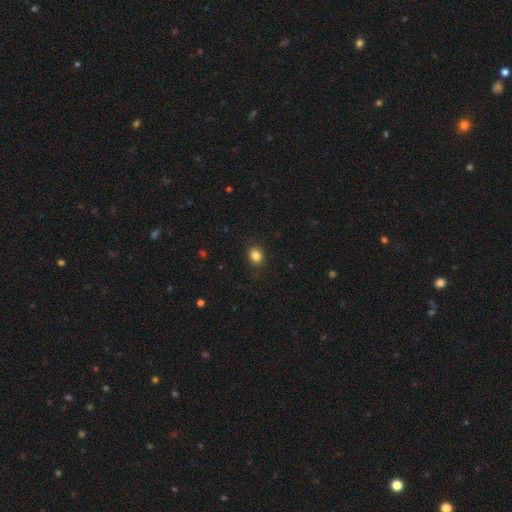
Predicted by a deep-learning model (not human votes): Smooth or featured? smooth (84%)
How rounded? round (63%)
Merging? none (87%)